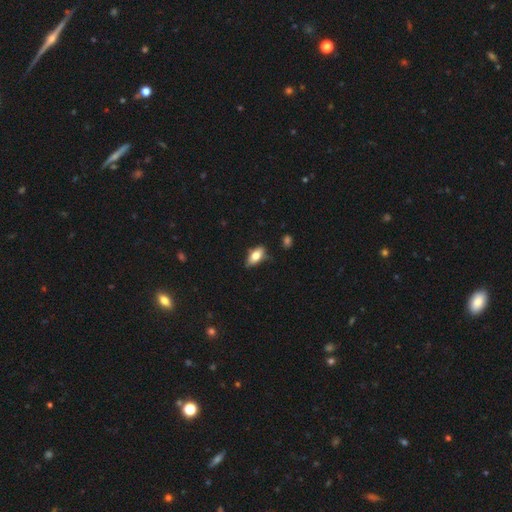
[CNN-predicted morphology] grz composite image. It shows a smooth galaxy with no disk features (72%) that is in between round and cigar-shaped (86%). Merging: none (72%).